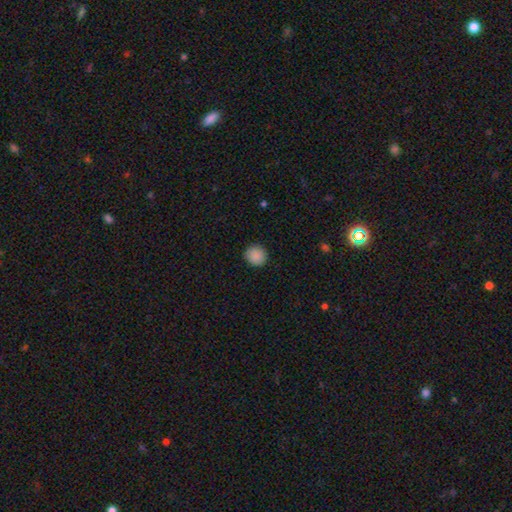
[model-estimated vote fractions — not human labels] A smooth galaxy with no disk features (89%) that is round (90%). Merging: none (91%).